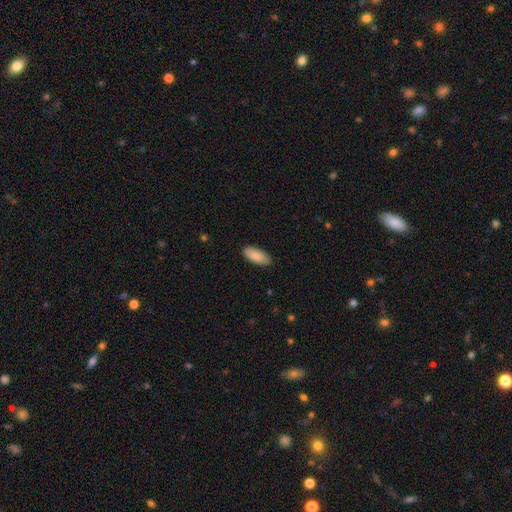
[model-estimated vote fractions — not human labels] This is clearly a smooth galaxy (86%). How rounded: clearly in between (86%). Merging: clearly none (86%).